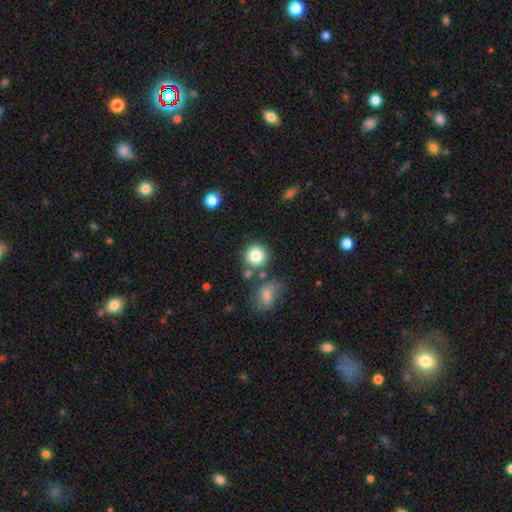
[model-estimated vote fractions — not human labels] Q: Smooth or featured?
A: smooth (84%); runner-up: star or artifact (9%)
Q: How rounded?
A: round (91%); runner-up: in between (8%)
Q: Merging?
A: none (76%); runner-up: merger (11%)